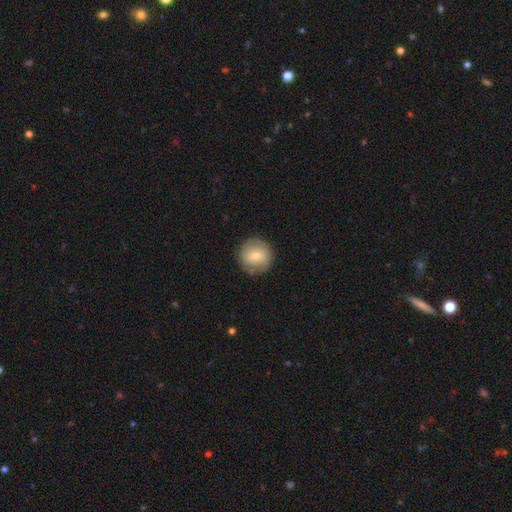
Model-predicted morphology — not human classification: Q: Smooth or featured?
A: smooth (69%); runner-up: featured or disk (23%)
Q: How rounded?
A: round (94%); runner-up: in between (5%)
Q: Merging?
A: none (84%); runner-up: minor disturbance (12%)